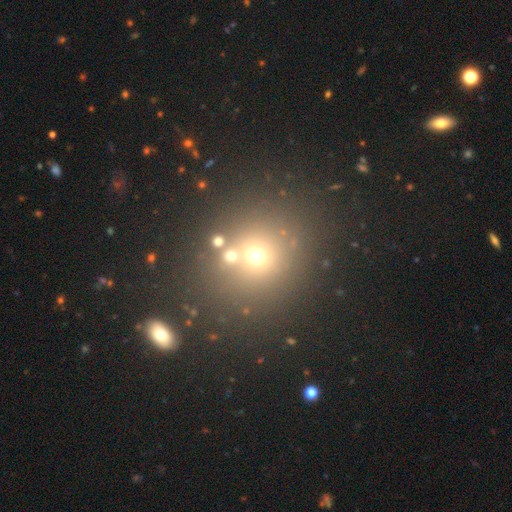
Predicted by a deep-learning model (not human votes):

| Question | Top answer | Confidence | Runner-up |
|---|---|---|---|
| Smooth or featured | smooth | 58% | star or artifact (30%) |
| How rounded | round | 85% | in between (14%) |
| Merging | none | 73% | merger (14%) |